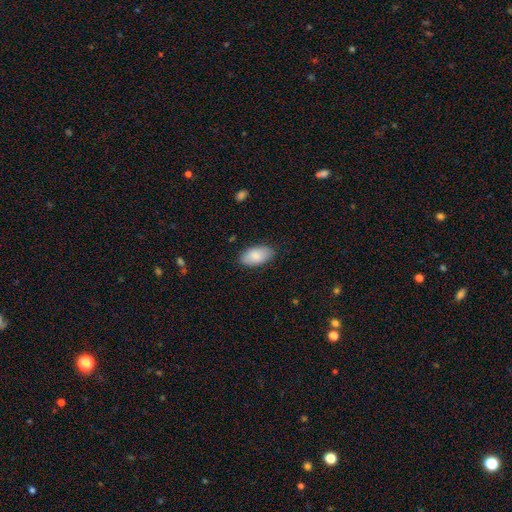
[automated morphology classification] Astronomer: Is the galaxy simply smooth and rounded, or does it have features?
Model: smooth — 87%.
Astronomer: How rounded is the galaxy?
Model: in between — 95%.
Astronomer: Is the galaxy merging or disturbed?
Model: none — 85%.